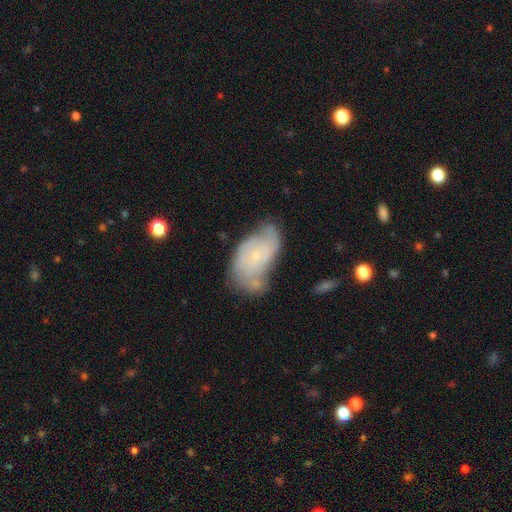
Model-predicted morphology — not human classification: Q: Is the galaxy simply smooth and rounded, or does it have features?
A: featured or disk — 62%.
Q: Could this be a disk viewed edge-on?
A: no — 96%.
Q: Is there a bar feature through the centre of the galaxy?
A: no — 78%.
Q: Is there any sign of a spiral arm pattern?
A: yes — 78%.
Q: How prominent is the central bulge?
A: small — 80%.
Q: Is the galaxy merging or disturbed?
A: none — 44%.